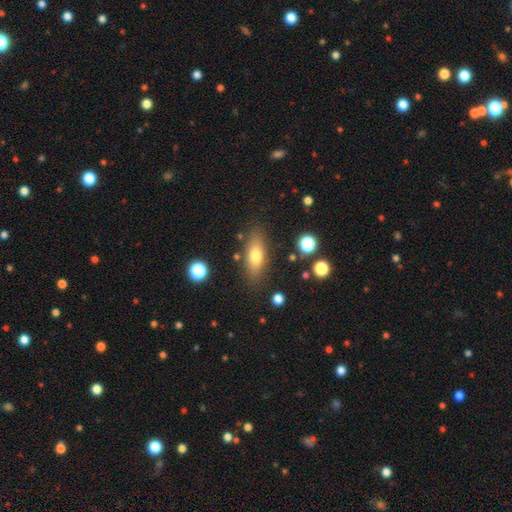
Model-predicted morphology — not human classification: This appears to be a smooth galaxy with no disk features (71%) that is in between round and cigar-shaped (71%). Merging: none (81%).